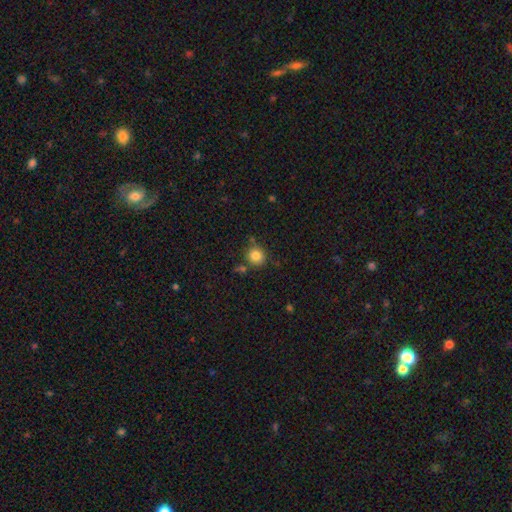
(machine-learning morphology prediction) type=smooth (84%); roundness=round (89%); merging=none (77%).